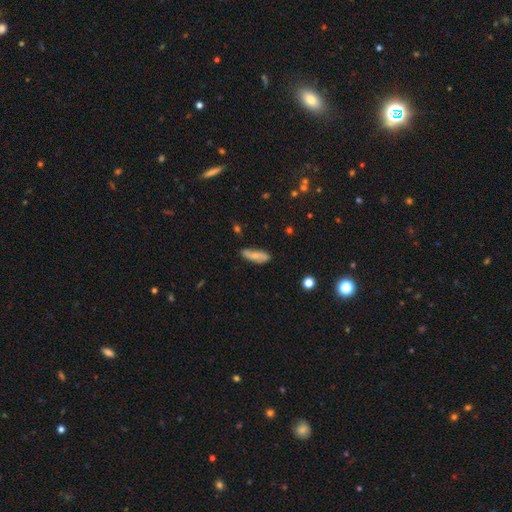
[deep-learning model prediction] smooth-or-featured: smooth: 56% | featured or disk: 37% | star or artifact: 7%
  how-rounded: in between: 61% | cigar-shaped: 36% | round: 3%
  merging: none: 69% | minor disturbance: 23% | major disturbance: 5% | merger: 3%